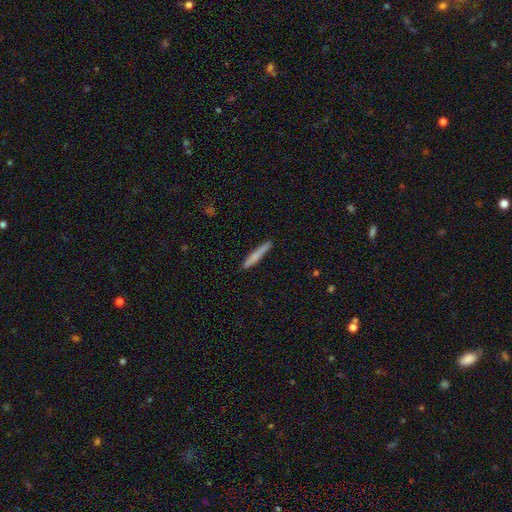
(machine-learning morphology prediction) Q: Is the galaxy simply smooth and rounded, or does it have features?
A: smooth — 72%.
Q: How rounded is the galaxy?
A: cigar-shaped — 96%.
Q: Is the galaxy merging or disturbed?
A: none — 89%.